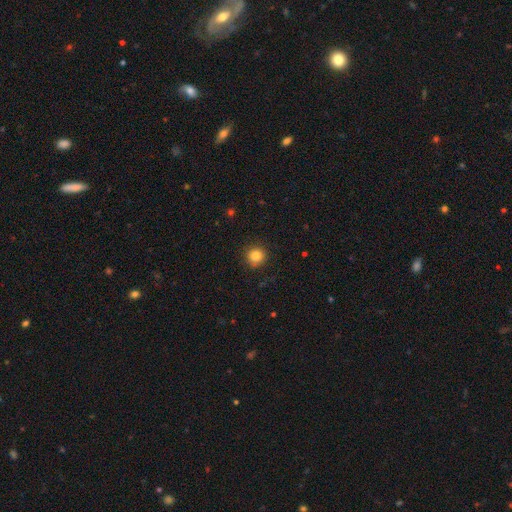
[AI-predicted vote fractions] Smooth or featured?
  - smooth: 83% *
  - star or artifact: 11%
  - featured or disk: 5%
How rounded?
  - round: 93% *
  - in between: 6%
  - cigar-shaped: 1%
Merging?
  - none: 90% *
  - minor disturbance: 7%
  - major disturbance: 2%
  - merger: 1%